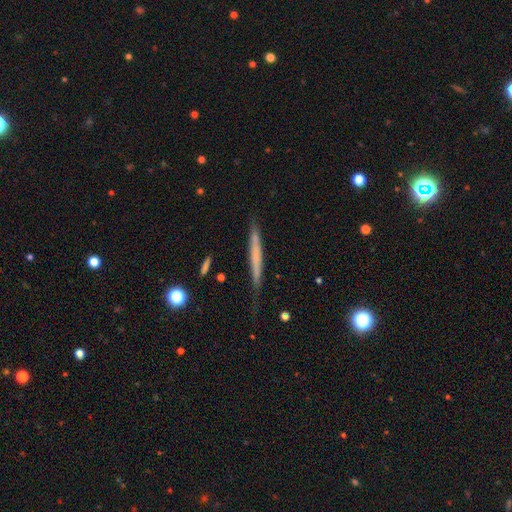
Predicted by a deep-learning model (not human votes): Q: Smooth or featured?
A: smooth (50%); runner-up: featured or disk (44%)
Q: Merging?
A: none (78%); runner-up: minor disturbance (17%)